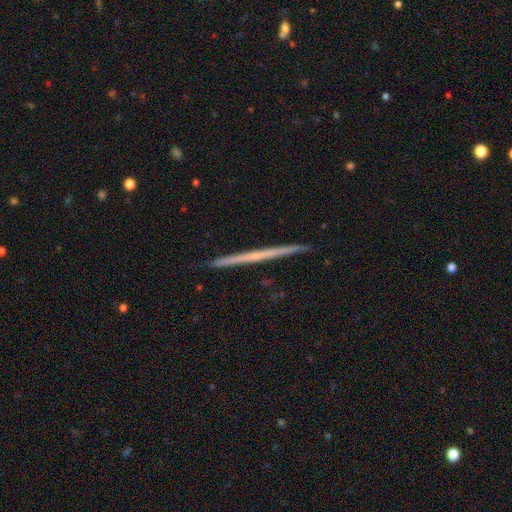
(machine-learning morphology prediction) Smooth or featured? Predicted: featured or disk (p=0.63). Edge-on disk? Predicted: yes (p=0.98). Edge-on bulge? Predicted: none (p=0.87). Merging? Predicted: none (p=0.93).